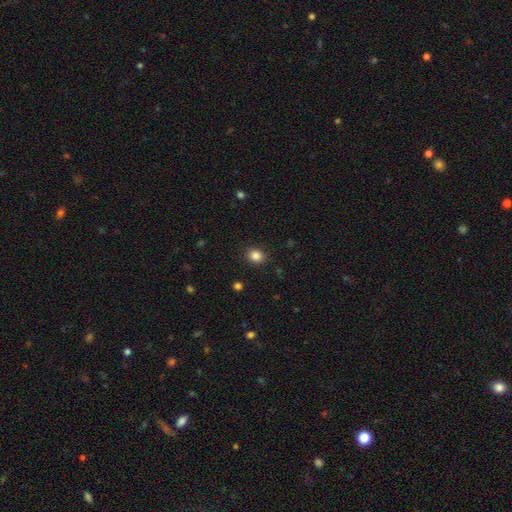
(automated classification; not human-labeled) Smooth or featured? Predicted: smooth (p=0.85). How rounded? Predicted: round (p=0.72). Merging? Predicted: none (p=0.89).